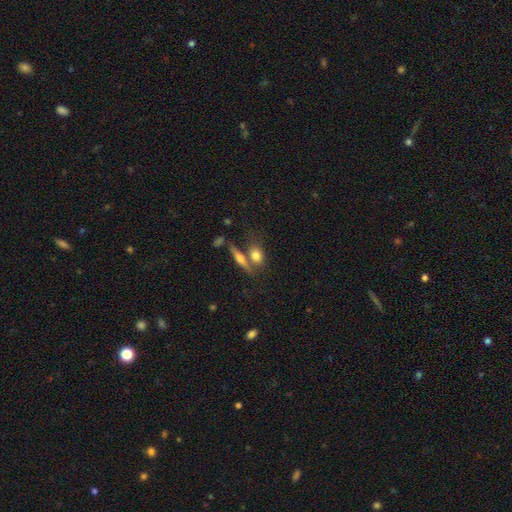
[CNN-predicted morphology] smooth 71%, featured or disk 21%, star or artifact 8%. Down the decision tree: how rounded — in between (60%); merging — none (53%).